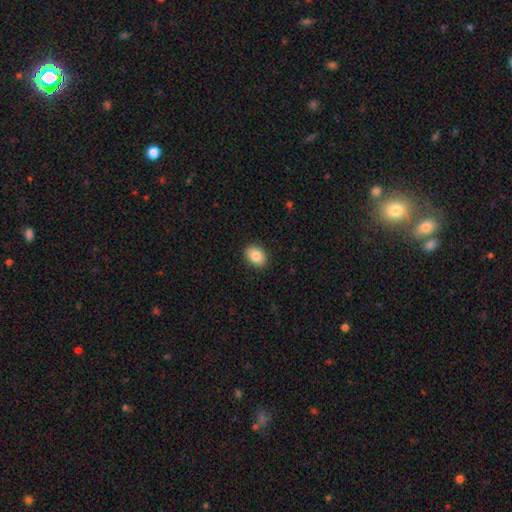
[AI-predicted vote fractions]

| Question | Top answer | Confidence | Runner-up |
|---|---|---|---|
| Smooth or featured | smooth | 85% | star or artifact (8%) |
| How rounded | in between | 71% | round (28%) |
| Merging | none | 89% | minor disturbance (8%) |